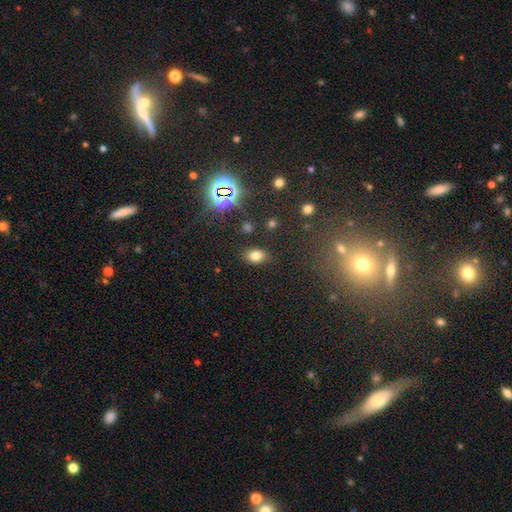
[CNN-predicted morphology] Smooth or featured? Predicted: smooth (p=0.74). How rounded? Predicted: in between (p=0.81). Merging? Predicted: none (p=0.85).